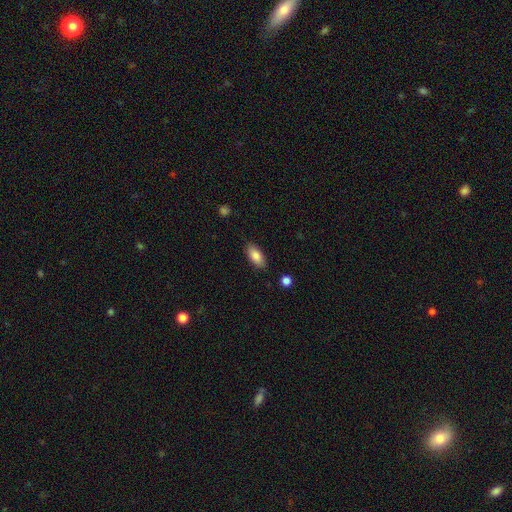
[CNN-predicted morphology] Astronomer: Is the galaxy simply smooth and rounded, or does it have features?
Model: smooth — 85%.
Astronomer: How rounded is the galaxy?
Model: in between — 89%.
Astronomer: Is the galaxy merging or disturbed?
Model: none — 86%.